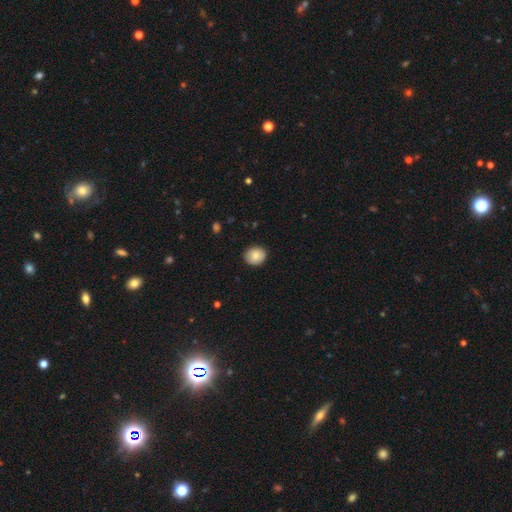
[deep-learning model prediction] Smooth or featured: smooth — 82% (featured or disk — 10%)
How rounded: round — 68% (in between — 31%)
Merging: none — 87% (minor disturbance — 10%)